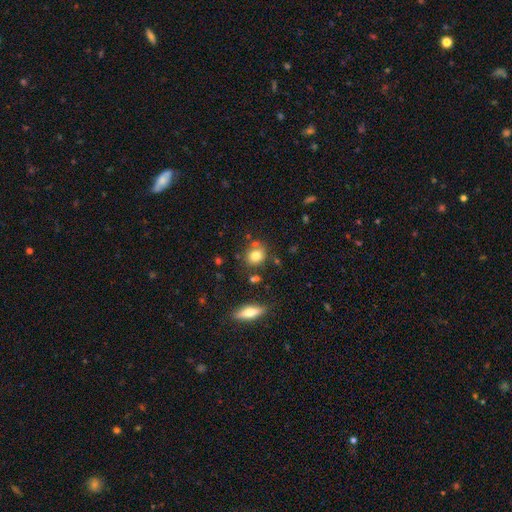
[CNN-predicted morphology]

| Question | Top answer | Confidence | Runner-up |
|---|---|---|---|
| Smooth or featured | smooth | 78% | featured or disk (11%) |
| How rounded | round | 61% | in between (36%) |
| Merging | none | 70% | minor disturbance (15%) |